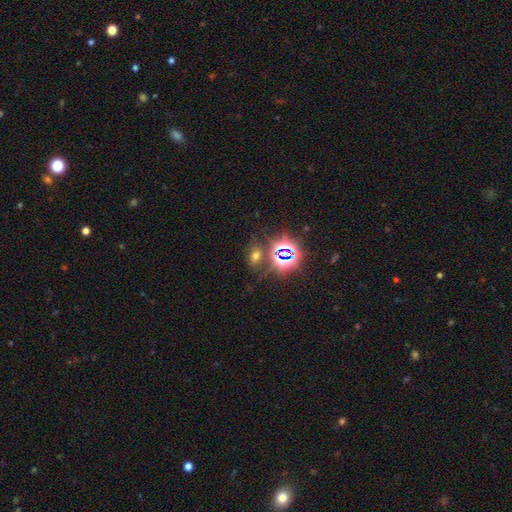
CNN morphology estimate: A star or artifact, not a galaxy (46%).

Vote fractions:
- Smooth or featured? star or artifact: 46% / smooth: 43% / featured or disk: 10%